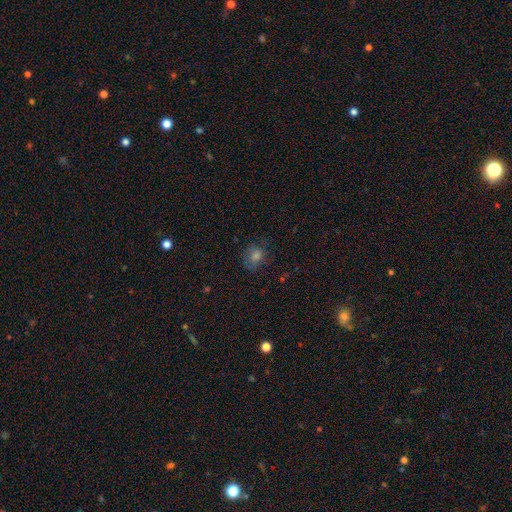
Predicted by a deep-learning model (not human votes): Smooth or featured?
  - smooth: 62% *
  - star or artifact: 23%
  - featured or disk: 14%
How rounded?
  - round: 58% *
  - in between: 41%
  - cigar-shaped: 1%
Merging?
  - none: 73% *
  - minor disturbance: 18%
  - major disturbance: 8%
  - merger: 2%